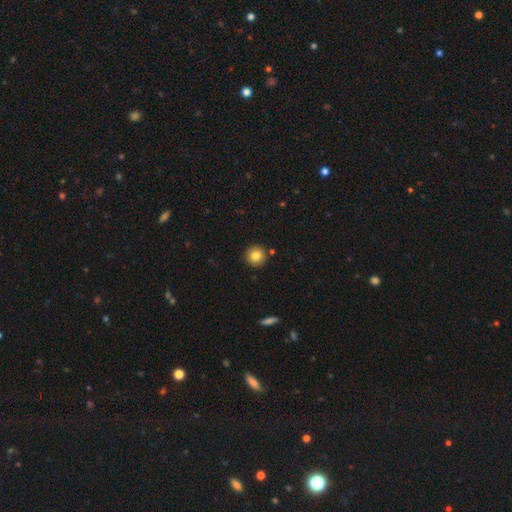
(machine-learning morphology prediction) Q: Smooth or featured?
A: smooth (83%); runner-up: star or artifact (10%)
Q: How rounded?
A: round (95%); runner-up: in between (4%)
Q: Merging?
A: none (89%); runner-up: minor disturbance (6%)